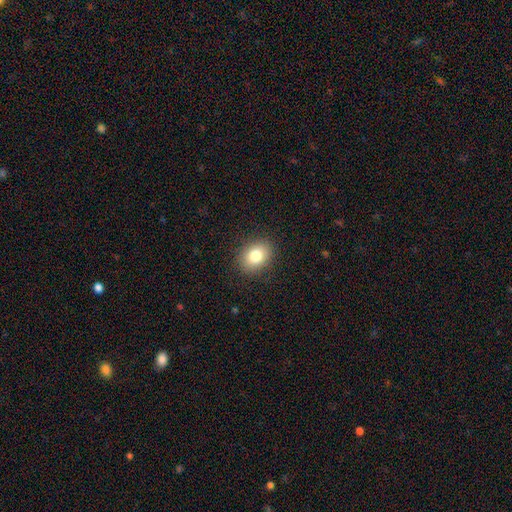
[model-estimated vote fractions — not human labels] This appears to be a smooth galaxy with no disk features (81%) that is in between round and cigar-shaped (63%). Merging: none (88%).